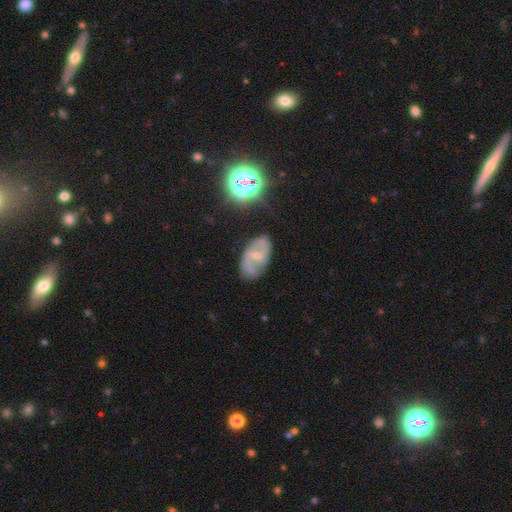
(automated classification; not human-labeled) Overall: featured or disk (74%). Edge-on disk: no (96%). Bar: weak (49%; no 34%). Spiral arms: yes (90%). Spiral arm count: 2 (83%). Spiral winding: medium (44%; loose 38%). Bulge size: small (65%). Merging: none (71%).